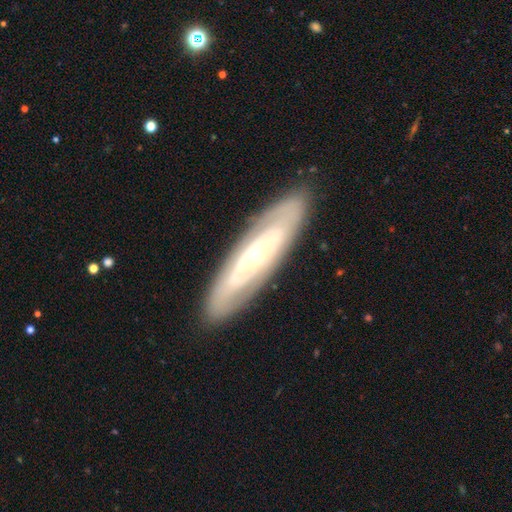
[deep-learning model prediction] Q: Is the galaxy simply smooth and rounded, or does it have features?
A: featured or disk — 74%.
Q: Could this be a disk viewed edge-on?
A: no — 73%.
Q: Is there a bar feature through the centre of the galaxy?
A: no — 75%.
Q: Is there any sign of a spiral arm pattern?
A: yes — 54%.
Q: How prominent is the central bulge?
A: small — 66%.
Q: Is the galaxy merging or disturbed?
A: none — 86%.